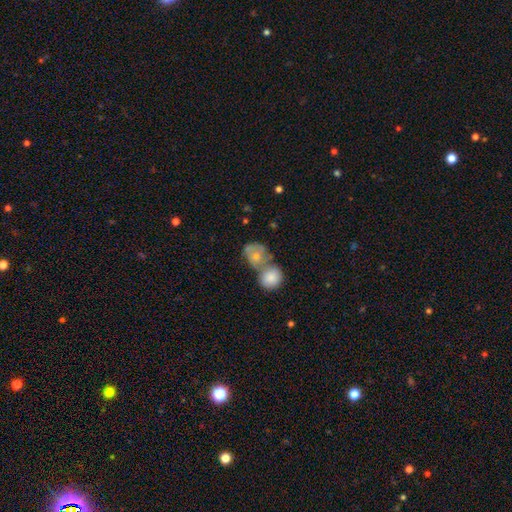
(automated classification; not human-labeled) Overall: smooth (70%). How rounded: round (60%; in between 39%). Merging: merger (65%).